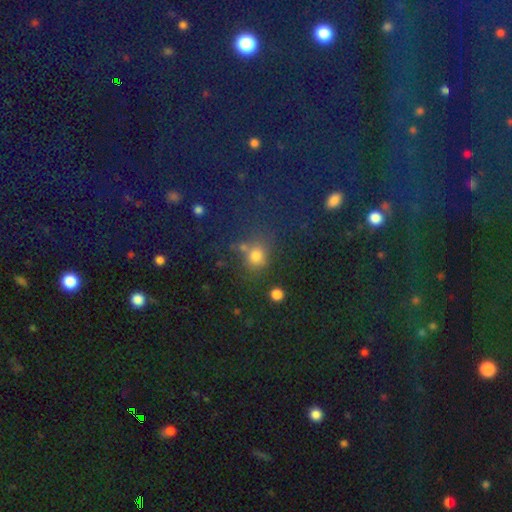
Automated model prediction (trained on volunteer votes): Smooth or featured: smooth — 71% (star or artifact — 20%)
How rounded: round — 75% (in between — 24%)
Merging: none — 60% (merger — 16%)